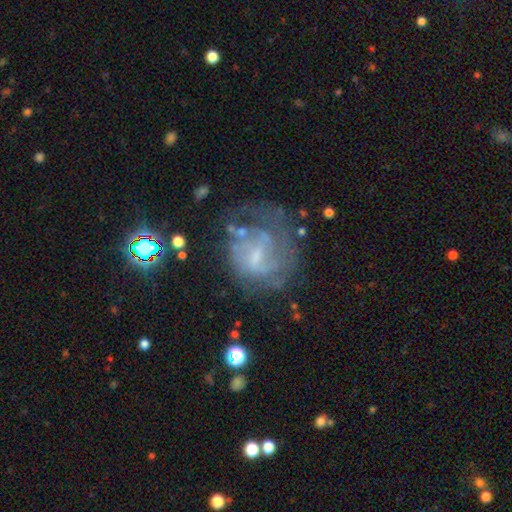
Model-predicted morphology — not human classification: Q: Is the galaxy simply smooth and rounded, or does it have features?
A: featured or disk — 69%.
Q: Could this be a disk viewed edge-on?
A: no — 98%.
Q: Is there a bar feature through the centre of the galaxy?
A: weak — 50%.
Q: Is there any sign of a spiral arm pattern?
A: yes — 70%.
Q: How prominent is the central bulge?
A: small — 43%.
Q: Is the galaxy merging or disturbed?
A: none — 46%.